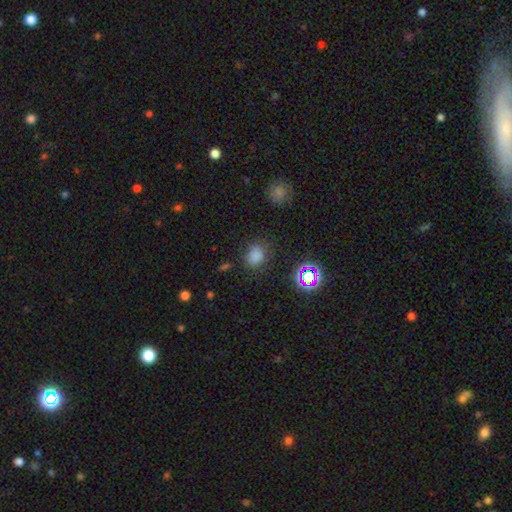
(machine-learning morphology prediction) Smooth or featured? smooth (75%)
How rounded? round (50%)
Merging? none (77%)